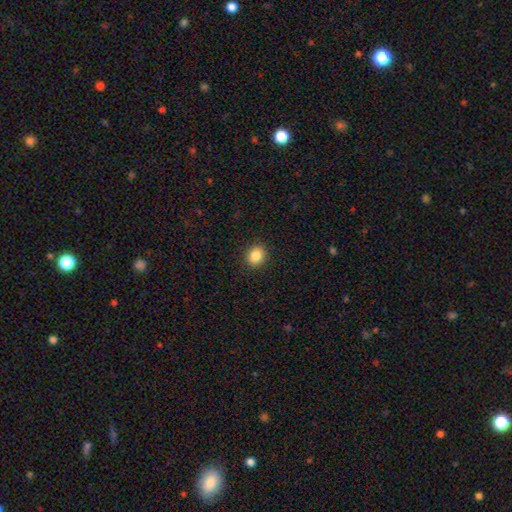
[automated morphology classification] A smooth galaxy with no disk features (85%) that is round (70%). Merging: none (91%).